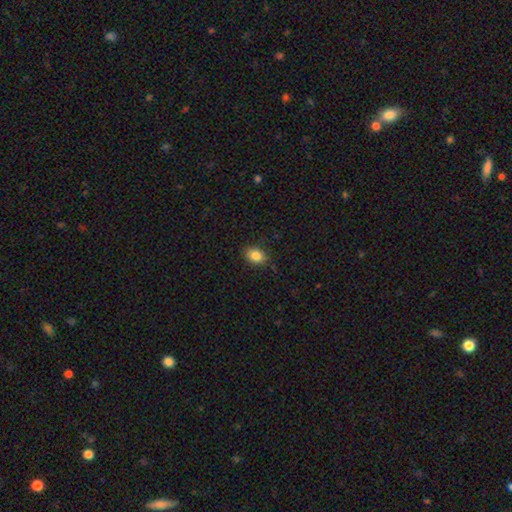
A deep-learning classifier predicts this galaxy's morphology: A smooth galaxy with no disk features (85%) that is in between round and cigar-shaped (71%).

Vote fractions:
- Smooth or featured? smooth: 85% / star or artifact: 9% / featured or disk: 6%
- How rounded? in between: 71% / round: 28% / cigar-shaped: 1%
- Merging? none: 85% / minor disturbance: 11% / major disturbance: 2% / merger: 1%